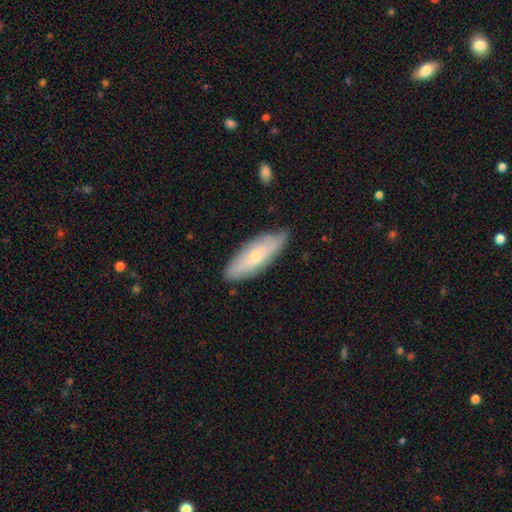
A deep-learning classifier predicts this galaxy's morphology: A smooth galaxy with no disk features (53%) that is in between round and cigar-shaped (59%). Merging: none (80%).